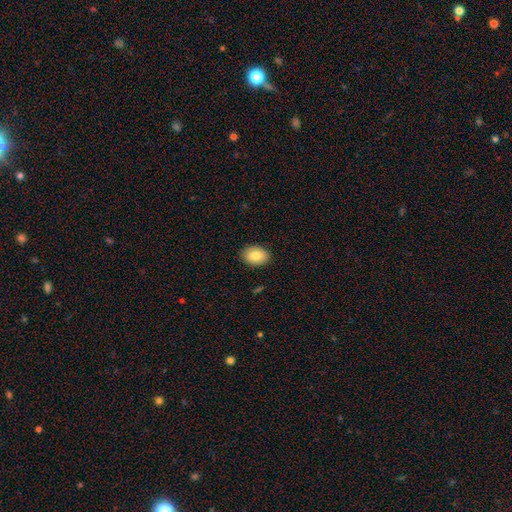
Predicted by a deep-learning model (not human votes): smooth-or-featured: smooth: 84% | featured or disk: 9% | star or artifact: 7%
  how-rounded: in between: 78% | round: 21% | cigar-shaped: 1%
  merging: none: 90% | minor disturbance: 8% | major disturbance: 2% | merger: 1%